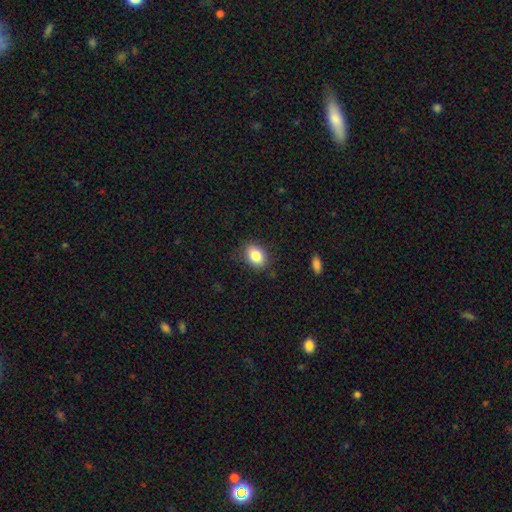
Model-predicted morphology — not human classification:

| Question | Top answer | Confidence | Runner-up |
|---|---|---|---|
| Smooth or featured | smooth | 84% | star or artifact (9%) |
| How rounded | in between | 73% | round (25%) |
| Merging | none | 83% | minor disturbance (12%) |